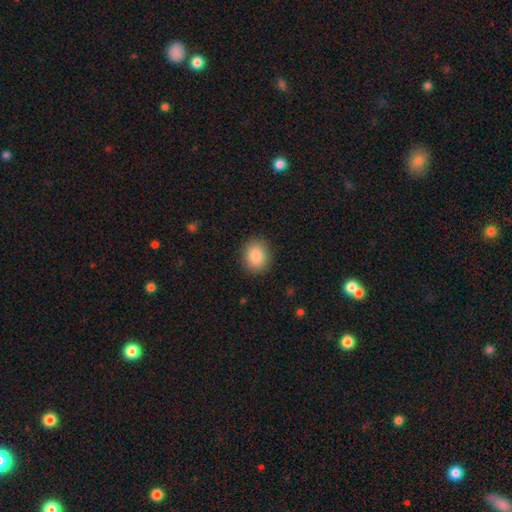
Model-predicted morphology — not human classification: Smooth or featured? Predicted: smooth (p=0.88). How rounded? Predicted: round (p=0.59). Merging? Predicted: none (p=0.89).